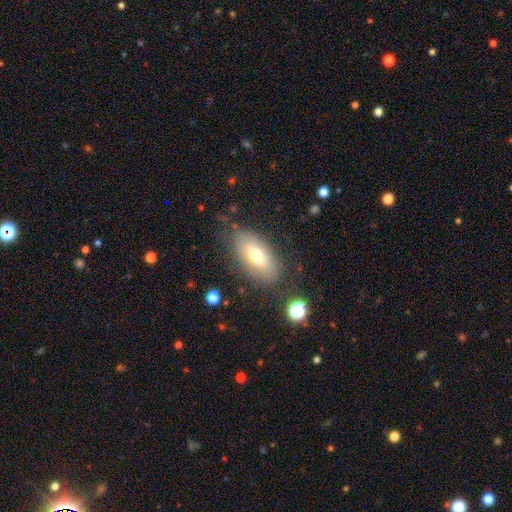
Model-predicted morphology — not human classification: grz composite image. It shows a smooth galaxy with no disk features (70%) that is in between round and cigar-shaped (85%). Merging: none (72%).